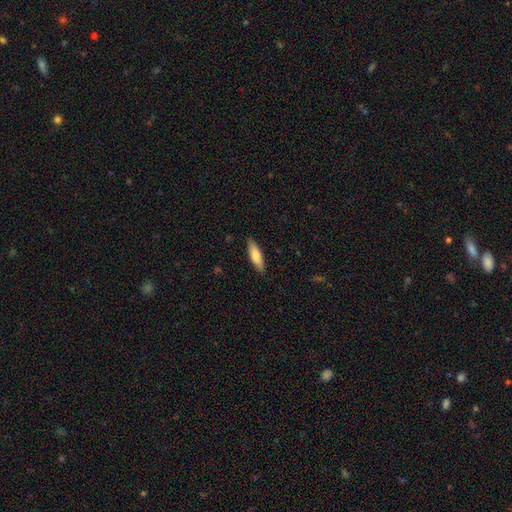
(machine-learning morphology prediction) Smooth or featured: smooth — 76% (featured or disk — 18%)
How rounded: cigar-shaped — 55% (in between — 43%)
Merging: none — 87% (minor disturbance — 10%)